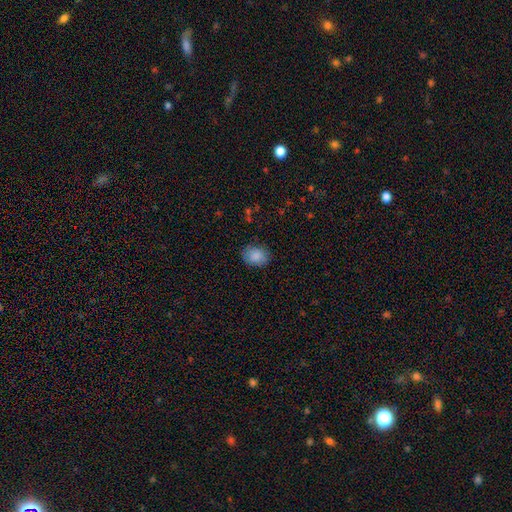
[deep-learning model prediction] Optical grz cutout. It shows a smooth galaxy with no disk features (88%) that is in between round and cigar-shaped (57%). Merging: none (82%).